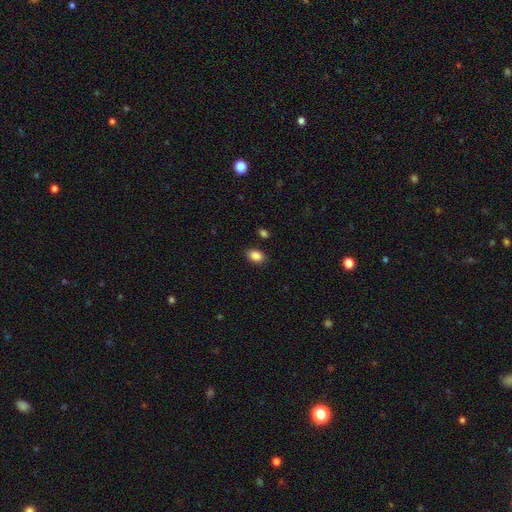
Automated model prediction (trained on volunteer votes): smooth 88%, star or artifact 8%, featured or disk 4%. Down the decision tree: how rounded — in between (82%); merging — none (85%).